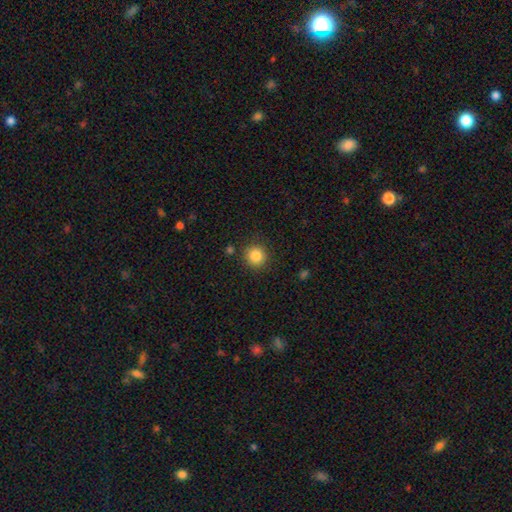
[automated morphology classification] Smooth or featured?
  - smooth: 85% *
  - star or artifact: 10%
  - featured or disk: 5%
How rounded?
  - round: 93% *
  - in between: 6%
  - cigar-shaped: 1%
Merging?
  - none: 88% *
  - minor disturbance: 7%
  - major disturbance: 3%
  - merger: 2%